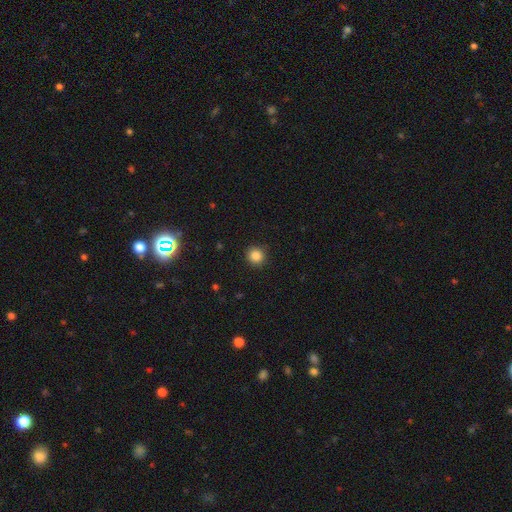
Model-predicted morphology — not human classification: Overall: smooth (85%). How rounded: round (92%). Merging: none (91%).